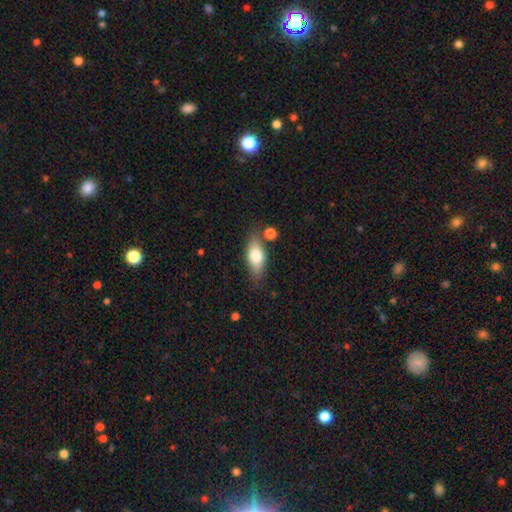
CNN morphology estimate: The model was most divided on "smooth or featured": smooth: 71%, featured or disk: 22%, star or artifact: 7%. More confident: how rounded — in between (78%); merging — none (74%).